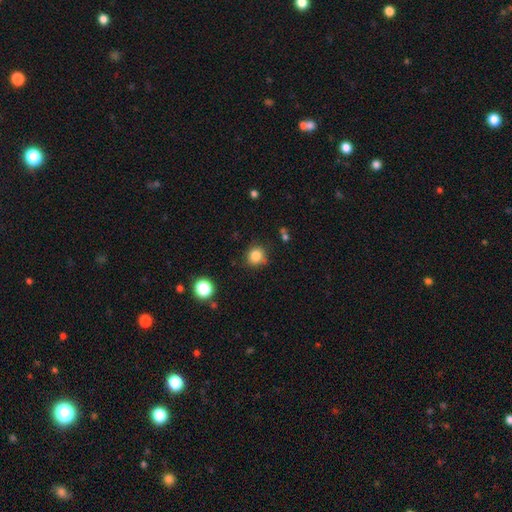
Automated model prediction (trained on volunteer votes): A smooth galaxy with no disk features (83%) that is round (87%).

Vote fractions:
- Smooth or featured? smooth: 83% / star or artifact: 12% / featured or disk: 5%
- How rounded? round: 87% / in between: 12% / cigar-shaped: 1%
- Merging? none: 79% / minor disturbance: 14% / major disturbance: 3% / merger: 3%